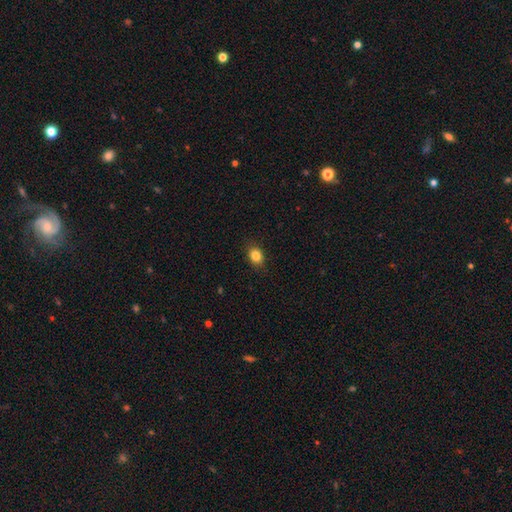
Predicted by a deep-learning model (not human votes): Morphology: type=smooth (84%); roundness=in between (60%); merging=none (87%).